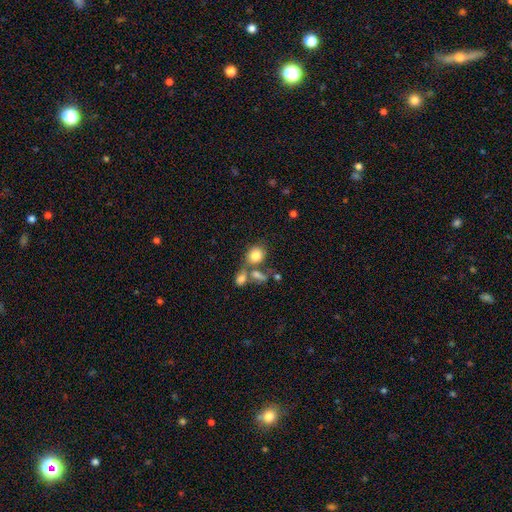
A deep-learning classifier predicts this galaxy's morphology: This is clearly a smooth galaxy (81%). How rounded: likely round (65%). Merging: possibly none (49%).